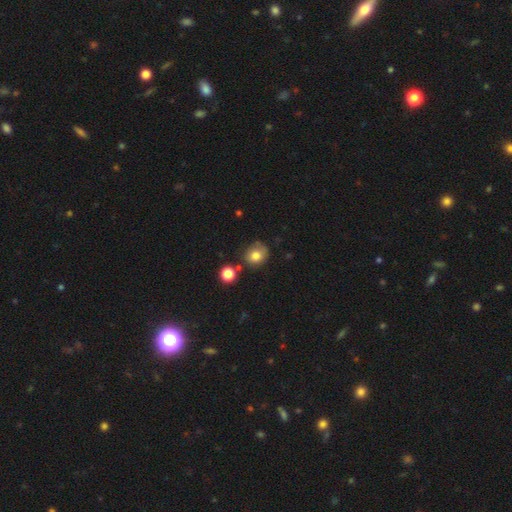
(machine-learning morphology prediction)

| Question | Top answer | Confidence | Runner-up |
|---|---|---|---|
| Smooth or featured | smooth | 77% | featured or disk (12%) |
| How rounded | round | 74% | in between (25%) |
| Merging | none | 65% | minor disturbance (21%) |